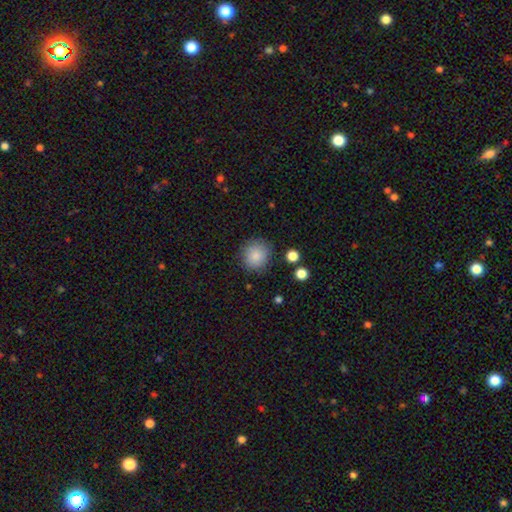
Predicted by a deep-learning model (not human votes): Smooth or featured: smooth — 86% (star or artifact — 8%)
How rounded: round — 86% (in between — 13%)
Merging: none — 82% (minor disturbance — 12%)